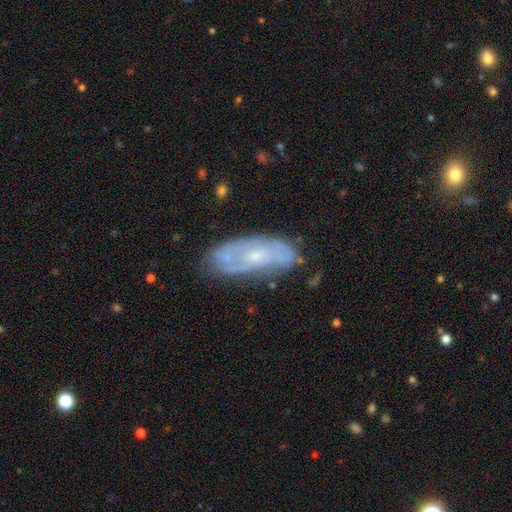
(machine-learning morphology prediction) smooth-or-featured: featured or disk: 69% | smooth: 25% | star or artifact: 7%
  disk-edge-on: no: 90% | yes: 10%
    bar: no: 67% | weak: 28% | strong: 5%
    has-spiral-arms: yes: 73% | no: 27%
    bulge-size: small: 60% | moderate: 32% | none: 5% | large: 2% | dominant: 1%
  merging: none: 65% | minor disturbance: 23% | major disturbance: 8% | merger: 4%